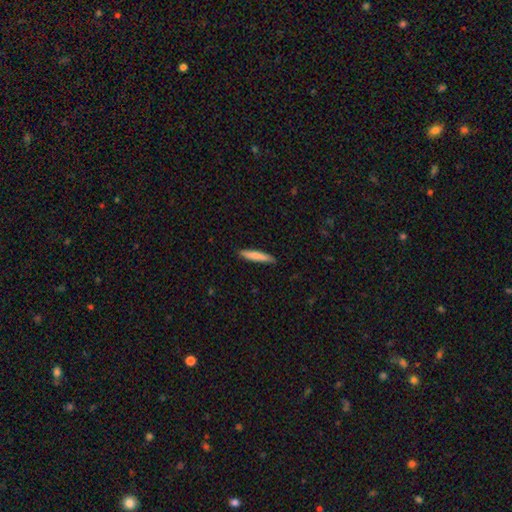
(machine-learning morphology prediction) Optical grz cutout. It shows a smooth galaxy with no disk features (80%) that is cigar-shaped (92%). Merging: none (88%).